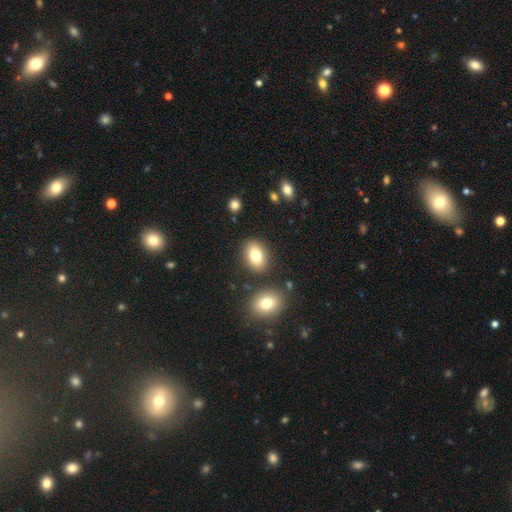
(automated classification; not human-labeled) The model was most divided on "how rounded": in between: 77%, round: 22%, cigar-shaped: 1%. More confident: merging — none (83%); smooth or featured — smooth (79%).